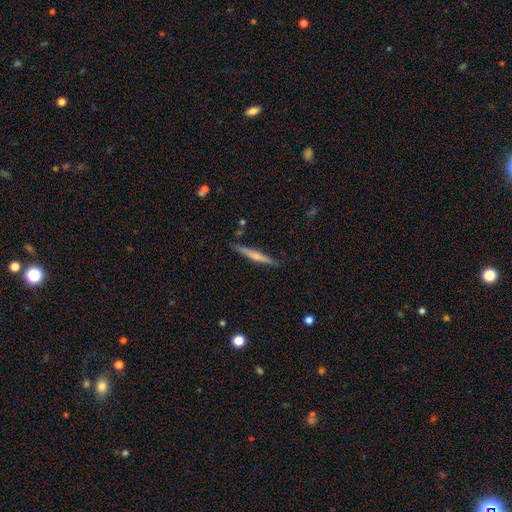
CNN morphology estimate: smooth_or_featured: smooth (p=0.51) [alt: featured or disk p=0.43]
how_rounded: cigar-shaped (p=0.95) [alt: in between p=0.03]
merging: none (p=0.87) [alt: minor disturbance p=0.09]